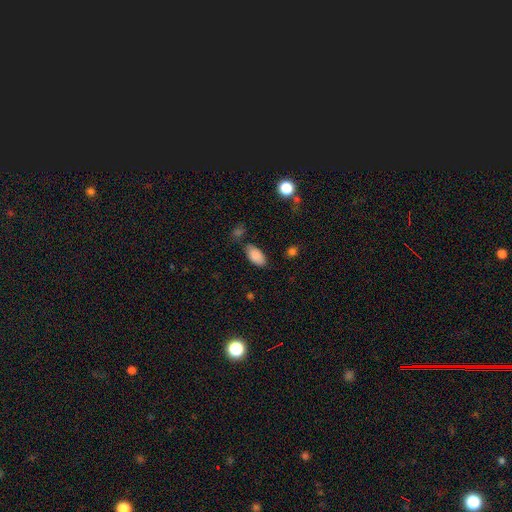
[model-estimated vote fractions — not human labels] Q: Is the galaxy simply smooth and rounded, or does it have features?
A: smooth — 87%.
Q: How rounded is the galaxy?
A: in between — 94%.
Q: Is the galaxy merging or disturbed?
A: none — 72%.